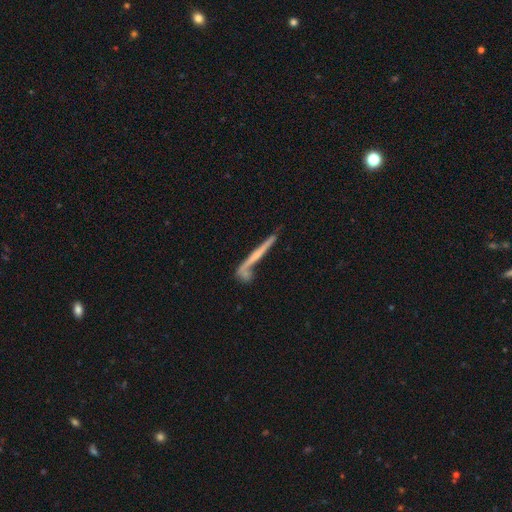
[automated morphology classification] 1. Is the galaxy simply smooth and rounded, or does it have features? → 55% featured or disk, 37% smooth, 8% star or artifact.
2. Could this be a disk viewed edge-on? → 88% yes, 12% no.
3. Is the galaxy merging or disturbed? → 52% none, 19% minor disturbance, 17% merger, 12% major disturbance.